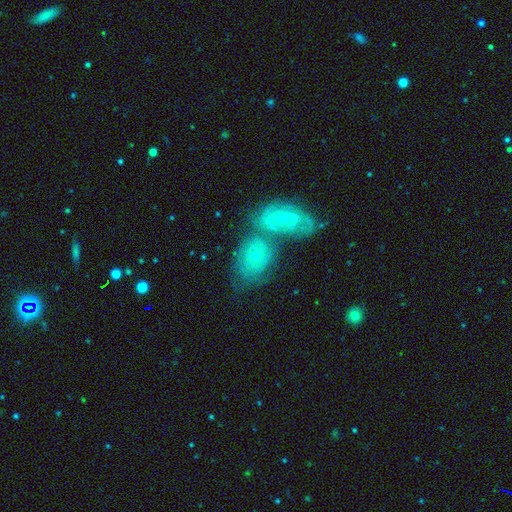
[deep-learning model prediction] This is likely a featured or disk galaxy (61%). It is clearly not viewed edge-on (95%). Bar: likely no (77%). Spiral arm pattern: clearly yes (81%). Central bulge: clearly small (81%). Merging: possibly merger (52%).